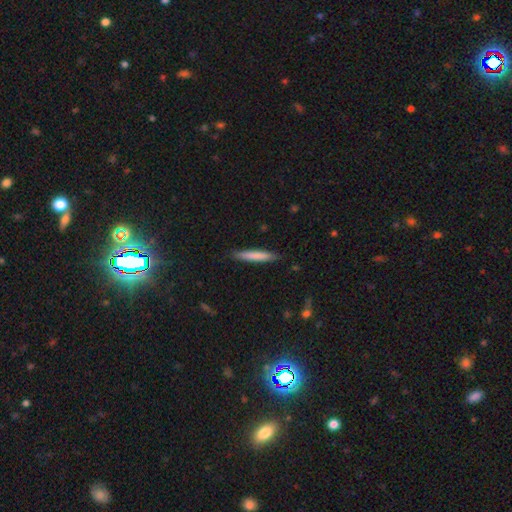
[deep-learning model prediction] Overall: smooth (76%). How rounded: cigar-shaped (94%). Merging: none (87%).